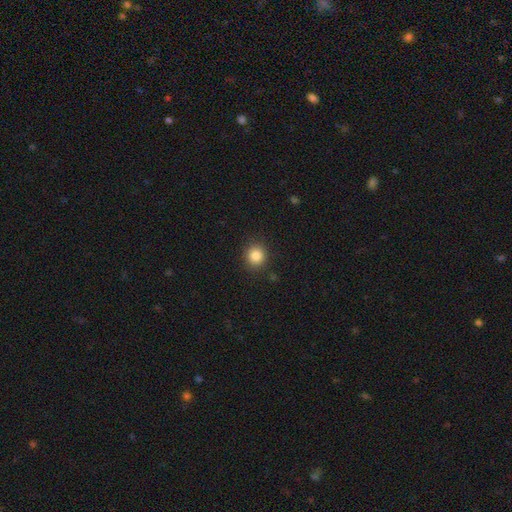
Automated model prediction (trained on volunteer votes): This appears to be a smooth galaxy with no disk features (85%) that is round (87%). Merging: none (89%).